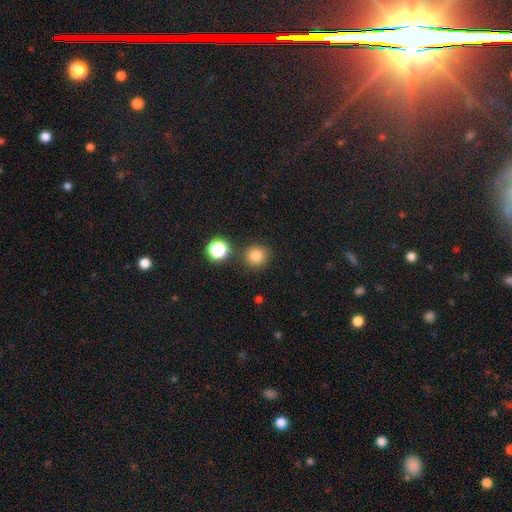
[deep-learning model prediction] A smooth galaxy with no disk features (81%) that is round (91%).

Vote fractions:
- Smooth or featured? smooth: 81% / star or artifact: 14% / featured or disk: 5%
- How rounded? round: 91% / in between: 8% / cigar-shaped: 1%
- Merging? none: 84% / minor disturbance: 8% / merger: 6% / major disturbance: 3%